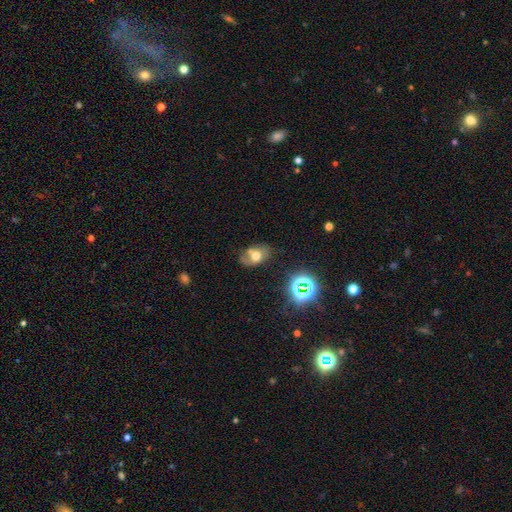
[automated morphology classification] A smooth galaxy with no disk features (55%) that is in between round and cigar-shaped (82%).

Vote fractions:
- Smooth or featured? smooth: 55% / featured or disk: 28% / star or artifact: 17%
- How rounded? in between: 82% / round: 17% / cigar-shaped: 1%
- Merging? none: 51% / minor disturbance: 26% / merger: 13% / major disturbance: 10%